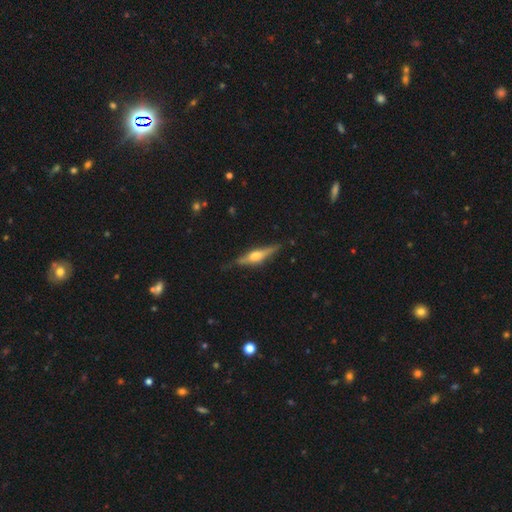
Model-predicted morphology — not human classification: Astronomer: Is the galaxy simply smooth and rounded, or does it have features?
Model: featured or disk — 69%.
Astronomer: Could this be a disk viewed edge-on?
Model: yes — 96%.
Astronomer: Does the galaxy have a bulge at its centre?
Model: rounded — 85%.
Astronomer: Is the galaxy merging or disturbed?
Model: none — 80%.